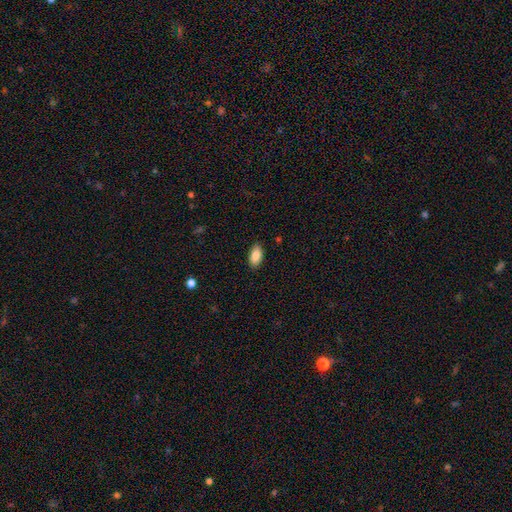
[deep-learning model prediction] Smooth or featured? Predicted: smooth (p=0.88). How rounded? Predicted: in between (p=0.93). Merging? Predicted: none (p=0.88).